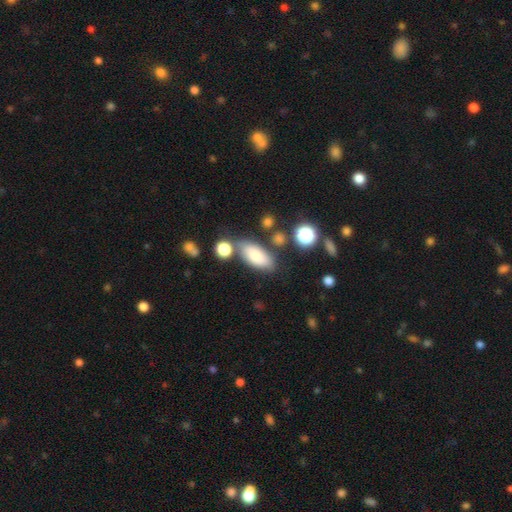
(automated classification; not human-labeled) Smooth or featured?
  - smooth: 75% *
  - featured or disk: 17%
  - star or artifact: 8%
How rounded?
  - in between: 87% *
  - cigar-shaped: 9%
  - round: 4%
Merging?
  - none: 68% *
  - minor disturbance: 16%
  - merger: 11%
  - major disturbance: 5%